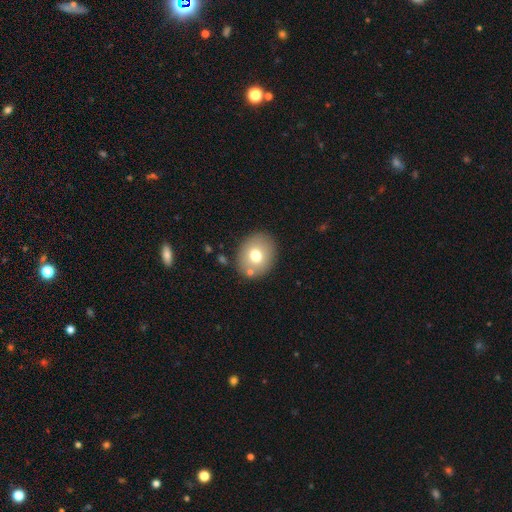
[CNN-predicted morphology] Smooth or featured? smooth (72%)
How rounded? round (59%)
Merging? none (82%)